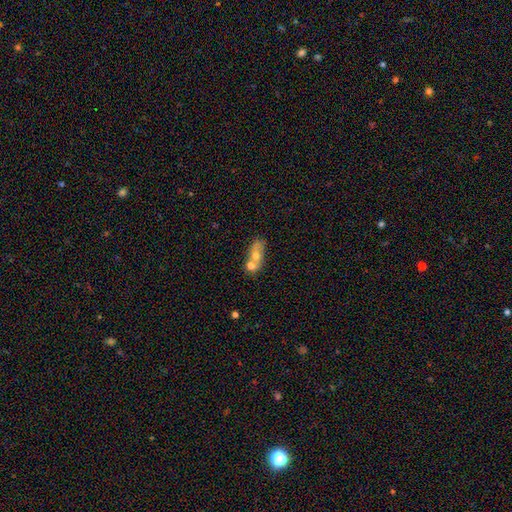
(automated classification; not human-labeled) Morphology: type=smooth (56%); roundness=in between (62%); merging=merger (43%).